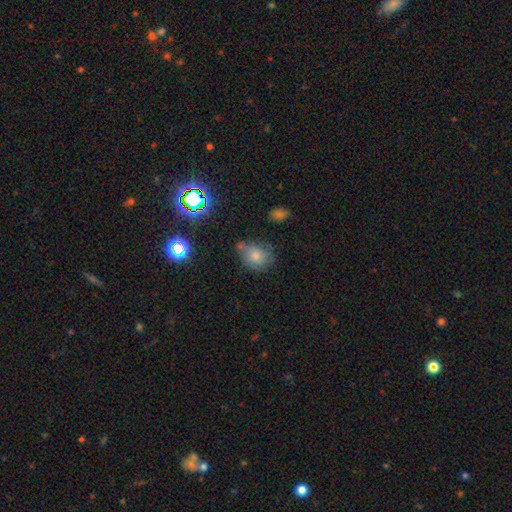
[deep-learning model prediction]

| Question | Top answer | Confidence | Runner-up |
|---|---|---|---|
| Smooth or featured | smooth | 72% | star or artifact (15%) |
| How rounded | in between | 51% | round (48%) |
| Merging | none | 49% | minor disturbance (31%) |